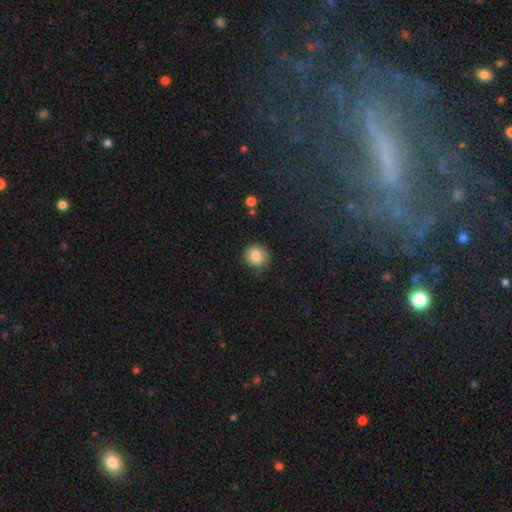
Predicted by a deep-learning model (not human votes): smooth-or-featured: smooth: 82% | star or artifact: 9% | featured or disk: 9%
  how-rounded: round: 83% | in between: 16% | cigar-shaped: 1%
  merging: none: 85% | minor disturbance: 11% | major disturbance: 3% | merger: 1%